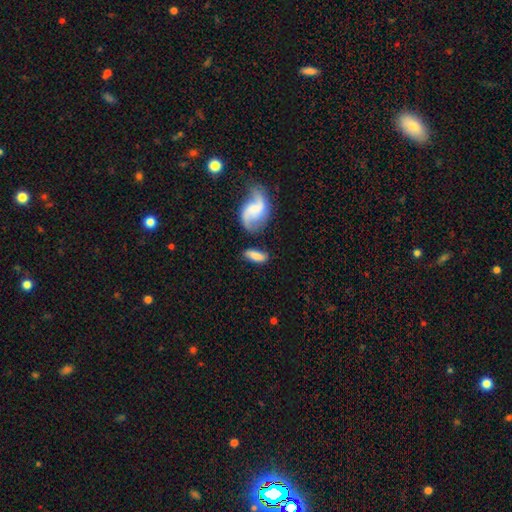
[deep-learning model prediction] Smooth or featured? Predicted: smooth (p=0.67). How rounded? Predicted: in between (p=0.73). Merging? Predicted: none (p=0.60).